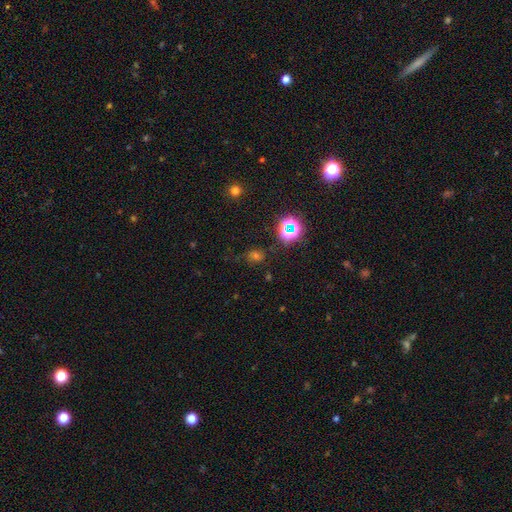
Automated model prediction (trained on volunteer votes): This is possibly a star or artifact rather than a galaxy (49%).